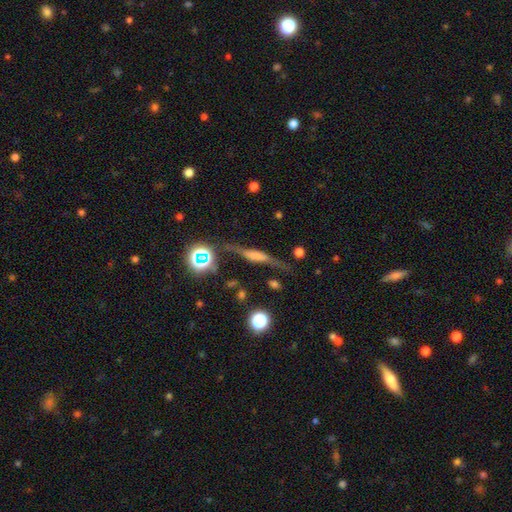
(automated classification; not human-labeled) This appears to be a featured or disk galaxy (58%) viewed edge-on (88%) with a boxy central bulge (45%). Merging: none (69%).